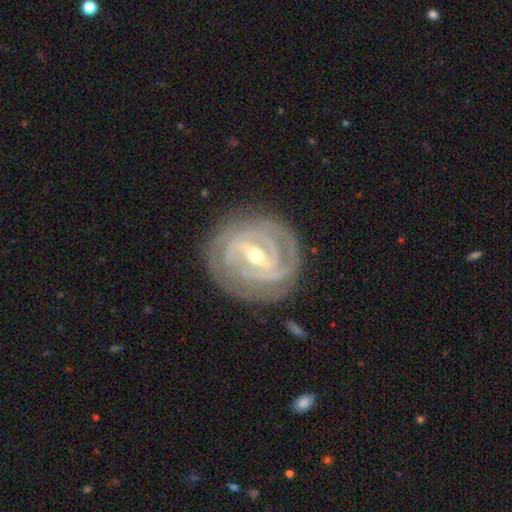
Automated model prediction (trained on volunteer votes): A featured or disk galaxy (90%) with a strong bar (57%), 2 (34%) tight (82%) spiral arms (97%) and a moderate central bulge (51%). Merging: none (82%).